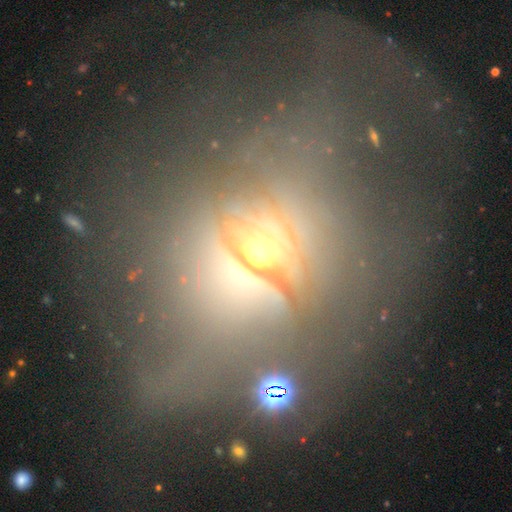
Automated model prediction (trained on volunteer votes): This appears to be a featured or disk galaxy (52%). Merging: major disturbance (52%).